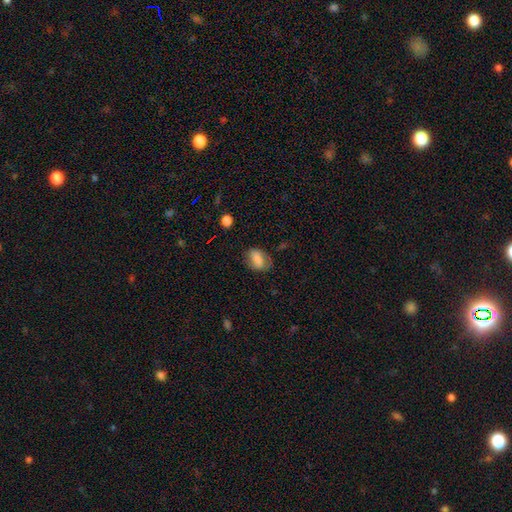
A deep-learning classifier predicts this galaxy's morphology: Q: Smooth or featured?
A: smooth (65%); runner-up: featured or disk (24%)
Q: How rounded?
A: in between (79%); runner-up: round (18%)
Q: Merging?
A: none (68%); runner-up: minor disturbance (22%)